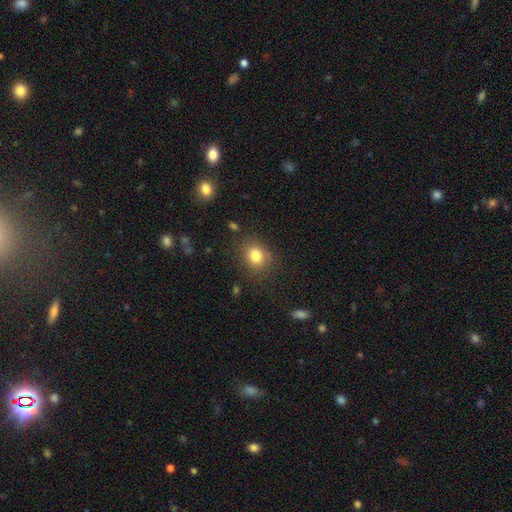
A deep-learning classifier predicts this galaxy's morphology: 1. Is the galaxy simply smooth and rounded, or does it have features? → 81% smooth, 11% star or artifact, 8% featured or disk.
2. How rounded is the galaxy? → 63% round, 36% in between, 1% cigar-shaped.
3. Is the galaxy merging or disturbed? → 80% none, 14% minor disturbance, 4% major disturbance, 2% merger.